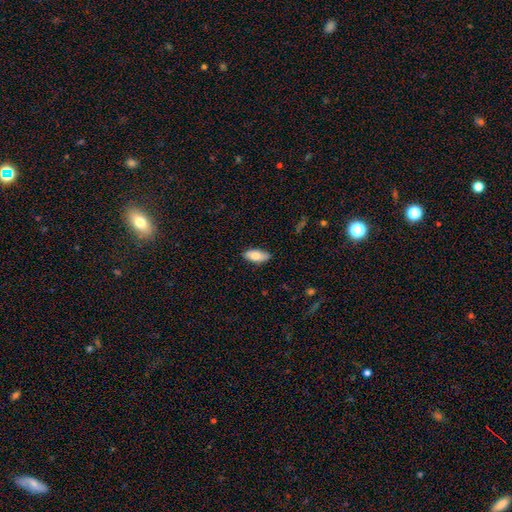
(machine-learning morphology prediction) type=smooth (77%); roundness=in between (86%); merging=none (86%).